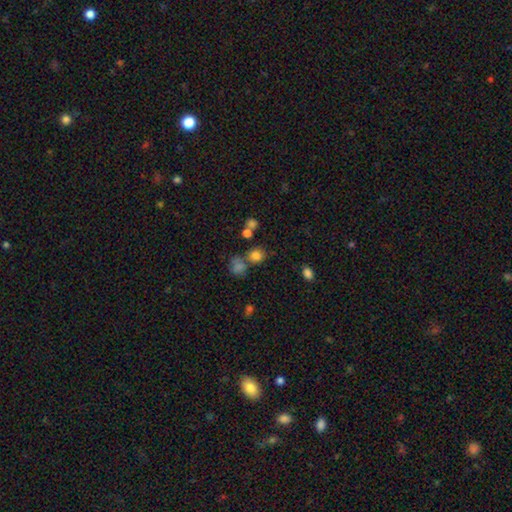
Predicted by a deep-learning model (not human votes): Smooth or featured: smooth — 76% (star or artifact — 16%)
How rounded: round — 80% (in between — 19%)
Merging: none — 62% (merger — 23%)